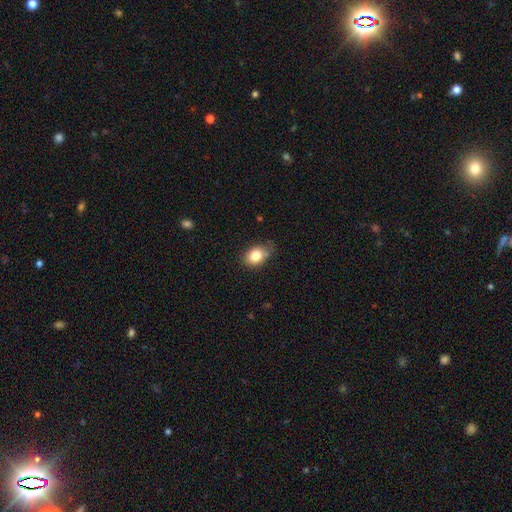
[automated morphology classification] smooth 82%, star or artifact 9%, featured or disk 8%. Down the decision tree: how rounded — in between (66%); merging — none (63%).